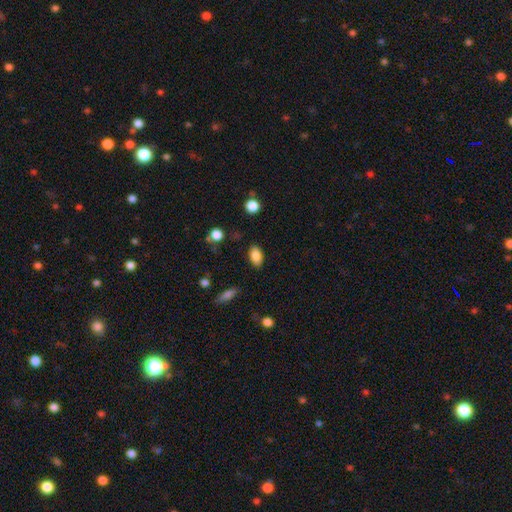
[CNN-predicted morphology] Smooth or featured? Predicted: smooth (p=0.85). How rounded? Predicted: in between (p=0.91). Merging? Predicted: none (p=0.83).